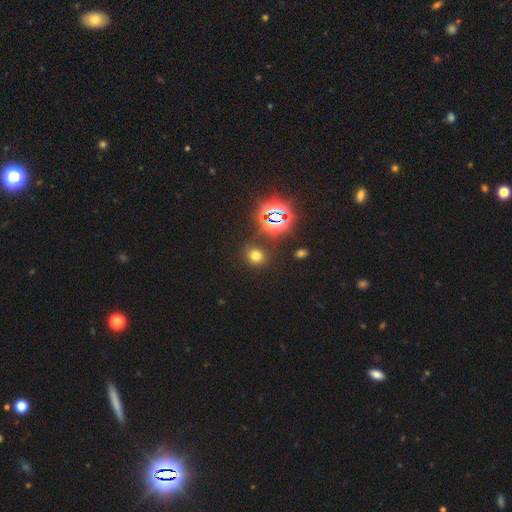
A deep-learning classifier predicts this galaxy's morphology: The model was most divided on "smooth or featured": smooth: 64%, star or artifact: 29%, featured or disk: 7%. More confident: merging — none (85%); how rounded — round (84%).